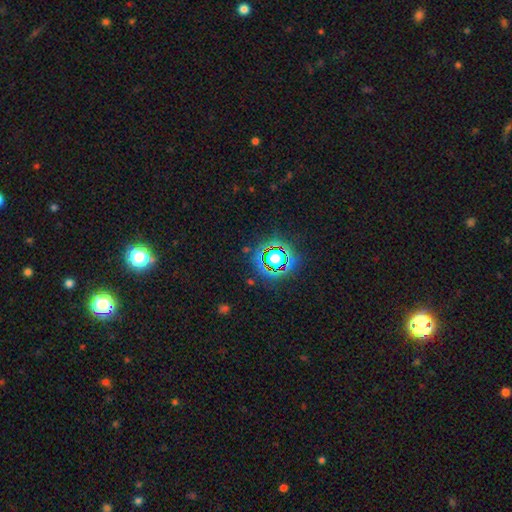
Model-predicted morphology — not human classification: Smooth or featured? Predicted: star or artifact (p=0.77).